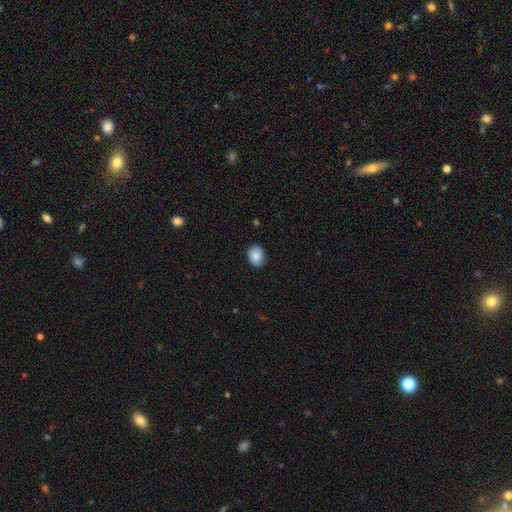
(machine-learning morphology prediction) Smooth or featured?
  - smooth: 82% *
  - featured or disk: 10%
  - star or artifact: 8%
How rounded?
  - in between: 52% *
  - round: 47%
  - cigar-shaped: 1%
Merging?
  - none: 80% *
  - minor disturbance: 16%
  - major disturbance: 3%
  - merger: 1%